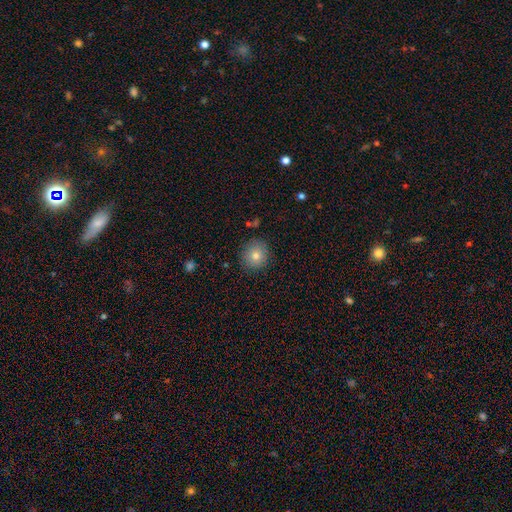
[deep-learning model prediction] Smooth or featured? Predicted: smooth (p=0.78). How rounded? Predicted: round (p=0.87). Merging? Predicted: none (p=0.88).